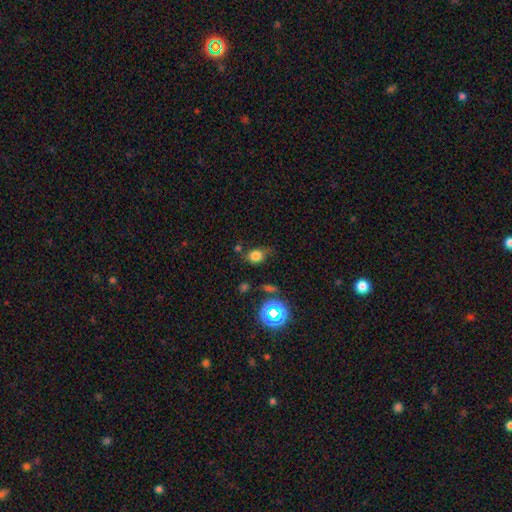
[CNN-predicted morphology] A smooth galaxy with no disk features (75%) that is in between round and cigar-shaped (57%). Merging: none (59%).